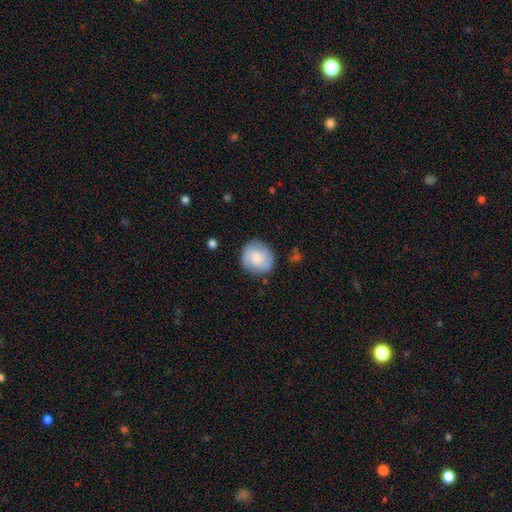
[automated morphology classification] Smooth or featured? smooth (58%)
How rounded? round (84%)
Merging? none (78%)